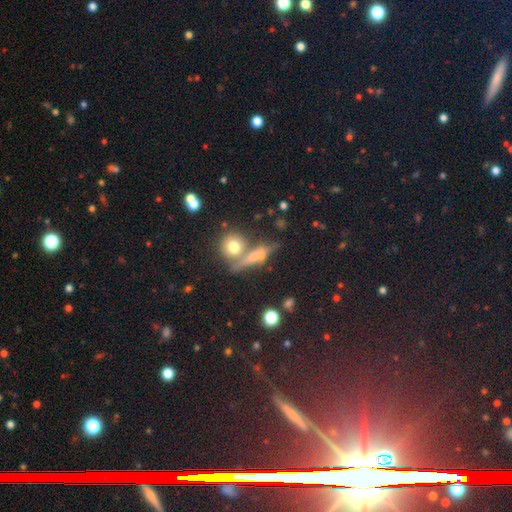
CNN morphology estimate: Smooth or featured? Predicted: smooth (p=0.45). Merging? Predicted: none (p=0.51).